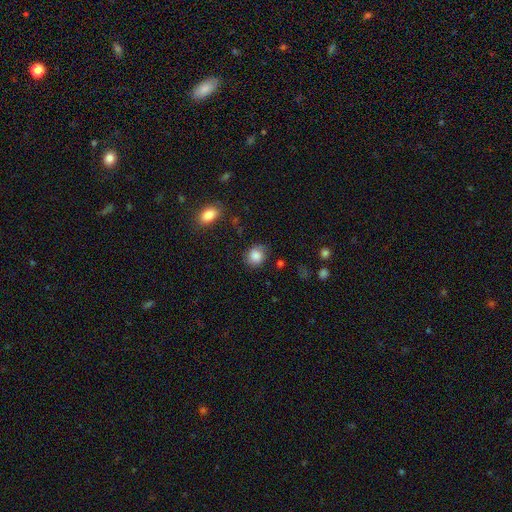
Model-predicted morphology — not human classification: A smooth galaxy with no disk features (86%) that is round (75%).

Vote fractions:
- Smooth or featured? smooth: 86% / star or artifact: 9% / featured or disk: 5%
- How rounded? round: 75% / in between: 24% / cigar-shaped: 1%
- Merging? none: 78% / minor disturbance: 16% / major disturbance: 4% / merger: 2%